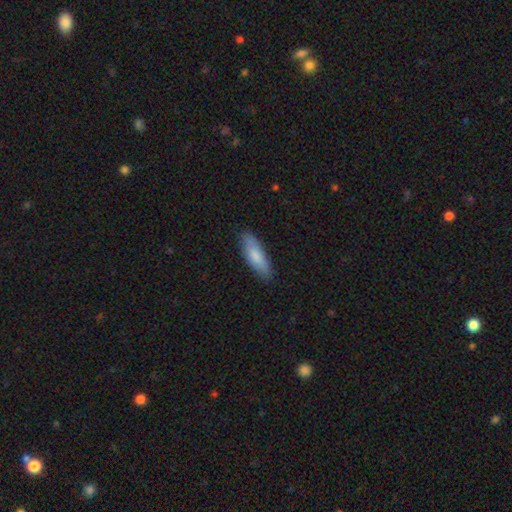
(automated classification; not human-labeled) Overall: smooth (82%). How rounded: in between (58%; cigar-shaped 41%). Merging: none (85%).